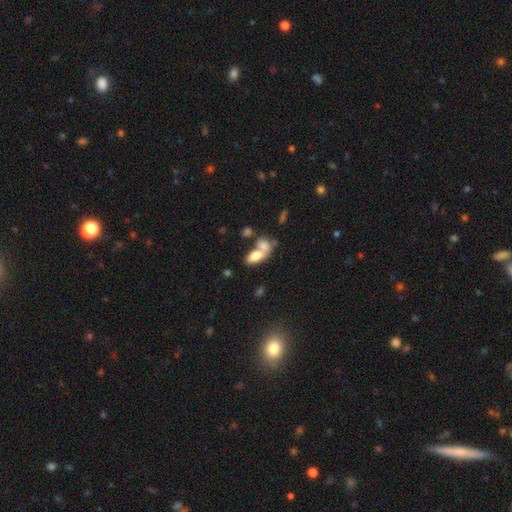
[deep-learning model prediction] Q: Smooth or featured?
A: smooth (72%); runner-up: featured or disk (20%)
Q: How rounded?
A: in between (87%); runner-up: round (7%)
Q: Merging?
A: merger (59%); runner-up: none (26%)